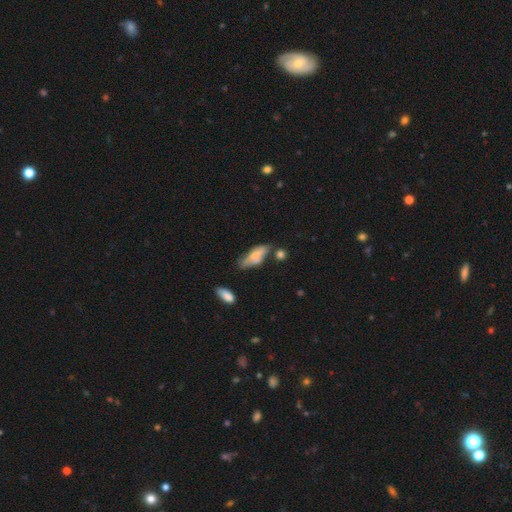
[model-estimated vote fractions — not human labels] Smooth or featured? Predicted: smooth (p=0.65). How rounded? Predicted: in between (p=0.62). Merging? Predicted: none (p=0.45).